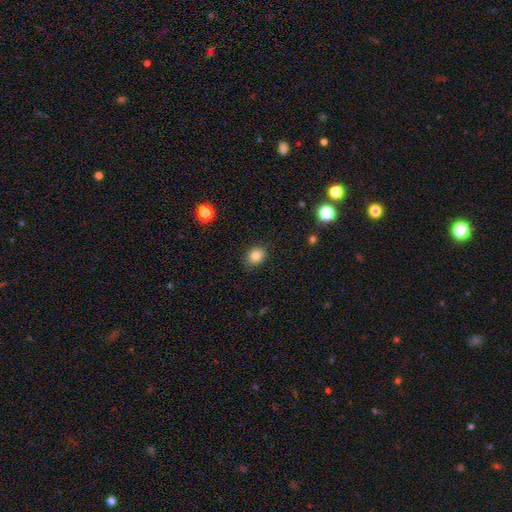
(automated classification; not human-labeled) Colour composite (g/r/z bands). It shows a smooth galaxy with no disk features (84%) that is round (50%). Merging: none (87%).